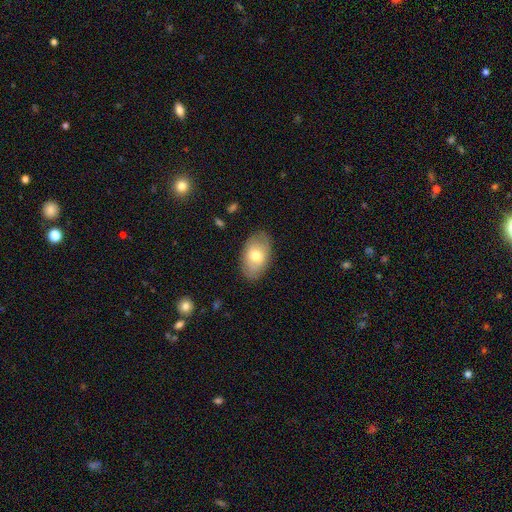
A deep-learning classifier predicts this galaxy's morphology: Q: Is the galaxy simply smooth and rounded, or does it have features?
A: smooth — 68%.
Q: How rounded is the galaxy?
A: in between — 91%.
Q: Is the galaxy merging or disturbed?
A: none — 82%.